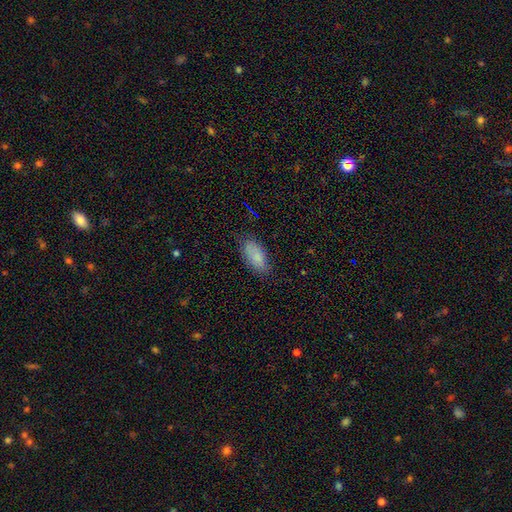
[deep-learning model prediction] smooth_or_featured: smooth (p=0.84) [alt: featured or disk p=0.08]
how_rounded: in between (p=0.91) [alt: cigar-shaped p=0.07]
merging: none (p=0.78) [alt: minor disturbance p=0.17]